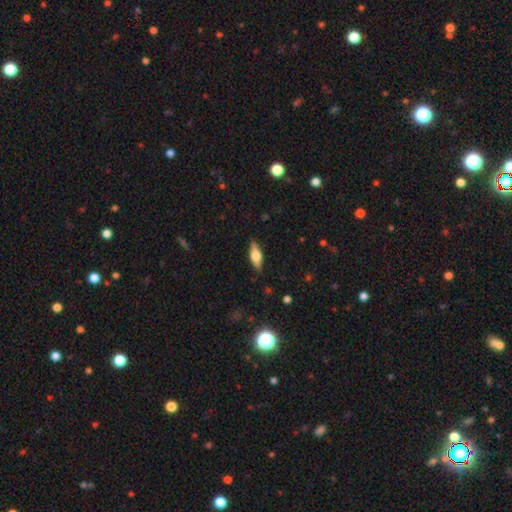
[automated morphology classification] This appears to be a featured or disk galaxy (47%). Merging: none (86%).